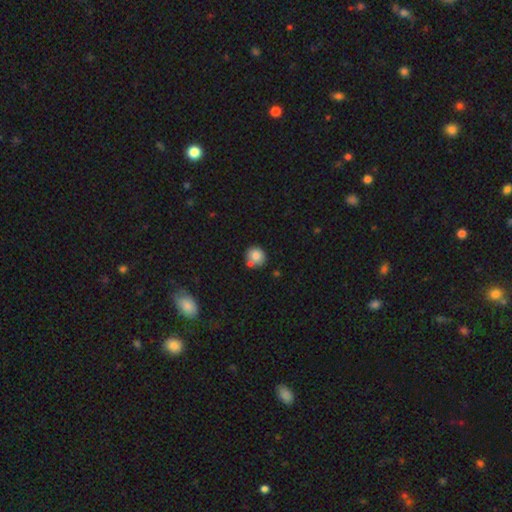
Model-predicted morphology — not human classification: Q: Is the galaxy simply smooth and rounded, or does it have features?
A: smooth — 79%.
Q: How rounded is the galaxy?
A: round — 84%.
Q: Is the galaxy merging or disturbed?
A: none — 65%.